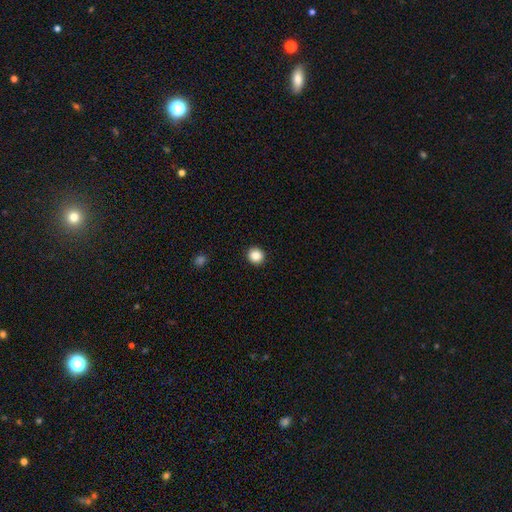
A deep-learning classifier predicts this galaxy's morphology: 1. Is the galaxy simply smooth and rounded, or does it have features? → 87% smooth, 10% star or artifact, 4% featured or disk.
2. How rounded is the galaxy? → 91% round, 8% in between, 1% cigar-shaped.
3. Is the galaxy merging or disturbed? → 93% none, 5% minor disturbance, 2% major disturbance, 1% merger.